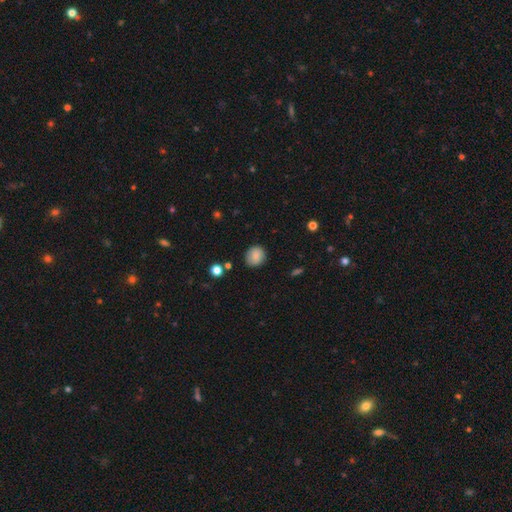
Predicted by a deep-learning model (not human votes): The model was most divided on "how rounded": round: 79%, in between: 20%, cigar-shaped: 1%. More confident: merging — none (85%); smooth or featured — smooth (83%).